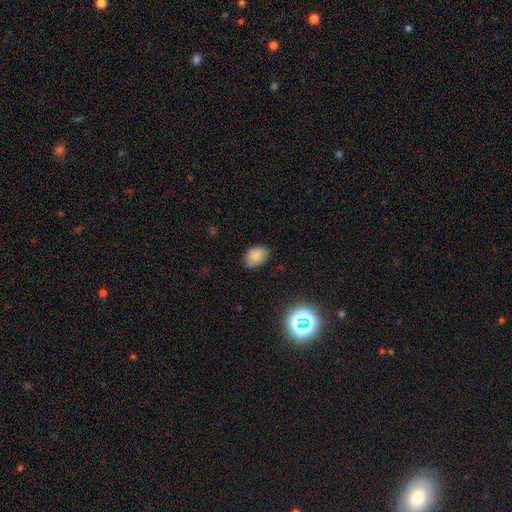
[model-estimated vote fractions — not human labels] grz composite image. It shows a smooth galaxy with no disk features (80%) that is in between round and cigar-shaped (82%). Merging: none (77%).